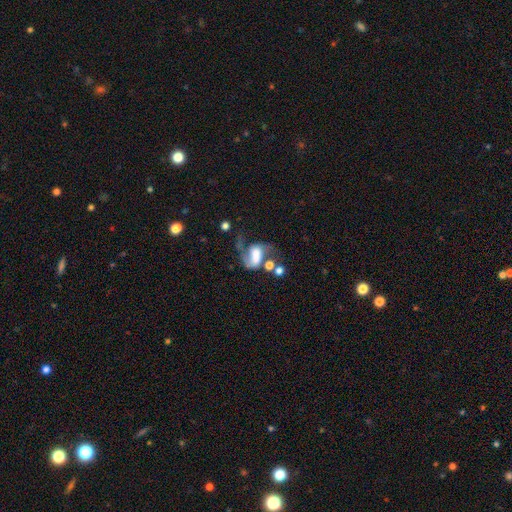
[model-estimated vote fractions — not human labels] Smooth or featured?
  - featured or disk: 65% *
  - smooth: 25%
  - star or artifact: 10%
Edge-on disk?
  - no: 97% *
  - yes: 3%
Bar?
  - no: 35% * (tied)
  - weak: 35% * (tied)
  - strong: 30%
Spiral arms?
  - yes: 81% *
  - no: 19%
Spiral winding?
  - loose: 57% *
  - medium: 33%
  - tight: 10%
Spiral arm count?
  - 2: 61% *
  - 1: 29%
  - can't tell: 6%
  - 3: 2%
  - 4: 1%
  - more than 4: 1%
Bulge size?
  - large: 31% *
  - moderate: 24%
  - none: 21%
  - small: 15%
  - dominant: 10%
Merging?
  - major disturbance: 35% *
  - merger: 27%
  - none: 24%
  - minor disturbance: 14%